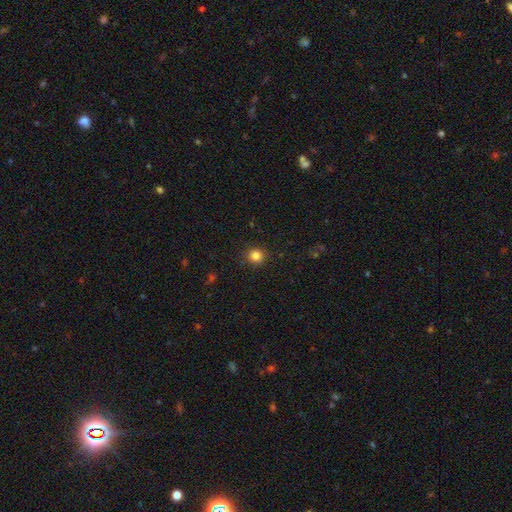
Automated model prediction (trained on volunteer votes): Smooth or featured: smooth — 83% (star or artifact — 12%)
How rounded: round — 91% (in between — 8%)
Merging: none — 90% (minor disturbance — 7%)